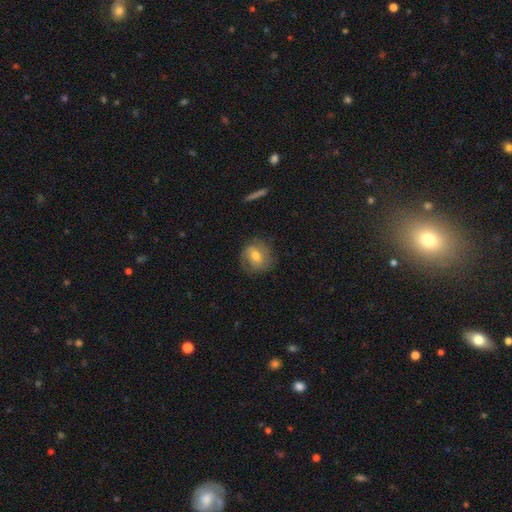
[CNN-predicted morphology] A smooth galaxy with no disk features (57%) that is round (72%). Merging: none (72%).